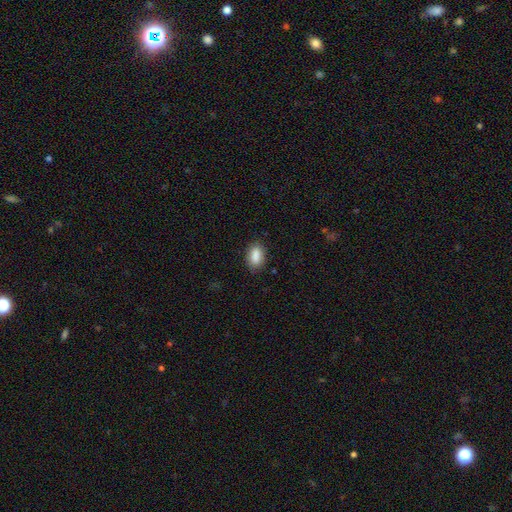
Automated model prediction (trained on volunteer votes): Smooth or featured?
  - smooth: 88% *
  - star or artifact: 7%
  - featured or disk: 5%
How rounded?
  - in between: 89% *
  - round: 7%
  - cigar-shaped: 4%
Merging?
  - none: 85% *
  - minor disturbance: 11%
  - major disturbance: 3%
  - merger: 1%